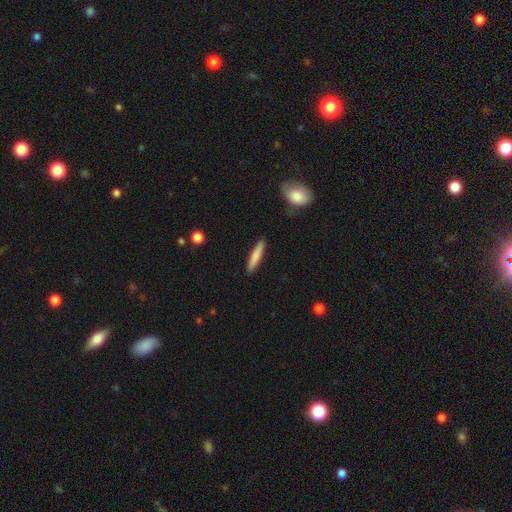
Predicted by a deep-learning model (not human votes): smooth_or_featured: smooth (p=0.79) [alt: featured or disk p=0.15]
how_rounded: cigar-shaped (p=0.89) [alt: in between p=0.10]
merging: none (p=0.90) [alt: minor disturbance p=0.07]